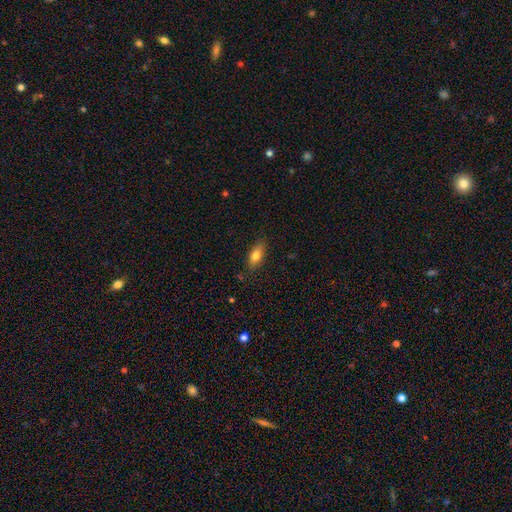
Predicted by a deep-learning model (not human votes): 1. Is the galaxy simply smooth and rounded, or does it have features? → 78% smooth, 14% featured or disk, 8% star or artifact.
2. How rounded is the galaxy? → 82% in between, 15% cigar-shaped, 4% round.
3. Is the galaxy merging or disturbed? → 83% none, 13% minor disturbance, 3% major disturbance, 1% merger.